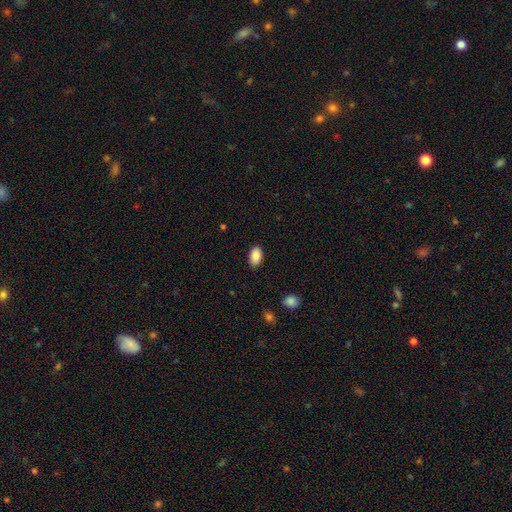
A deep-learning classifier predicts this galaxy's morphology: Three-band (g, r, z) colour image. It shows a smooth galaxy with no disk features (88%) that is in between round and cigar-shaped (93%). Merging: none (87%).